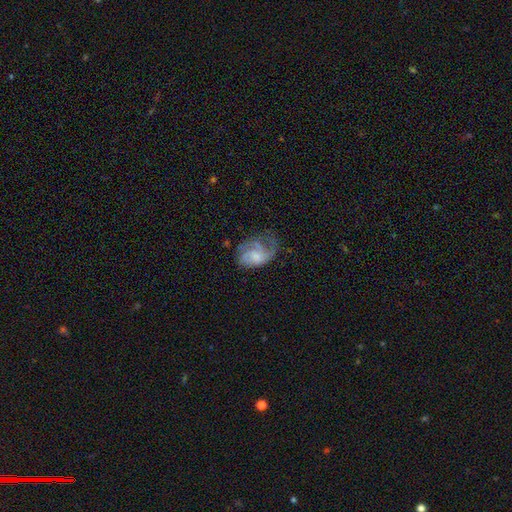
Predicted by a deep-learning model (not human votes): Smooth or featured? Predicted: featured or disk (p=0.65). Edge-on disk? Predicted: no (p=0.98). Bar? Predicted: no (p=0.67). Spiral arms? Predicted: yes (p=0.87). Spiral winding? Predicted: medium (p=0.43). Spiral arm count? Predicted: 2 (p=0.28). Bulge size? Predicted: small (p=0.33). Merging? Predicted: none (p=0.36).